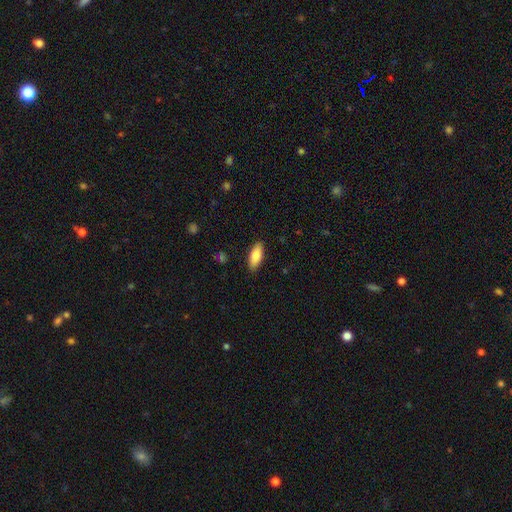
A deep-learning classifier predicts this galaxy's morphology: smooth-or-featured: smooth: 84% | featured or disk: 9% | star or artifact: 6%
  how-rounded: in between: 80% | cigar-shaped: 18% | round: 2%
  merging: none: 88% | minor disturbance: 9% | major disturbance: 2% | merger: 1%